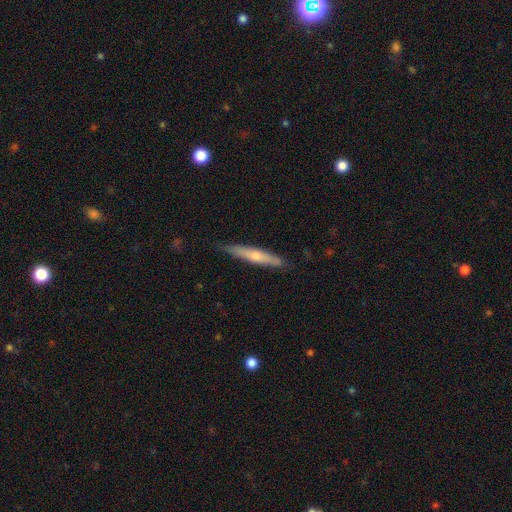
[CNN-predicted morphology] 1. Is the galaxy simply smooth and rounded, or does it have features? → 48% smooth, 46% featured or disk, 6% star or artifact.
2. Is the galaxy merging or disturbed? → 82% none, 14% minor disturbance, 2% major disturbance, 1% merger.